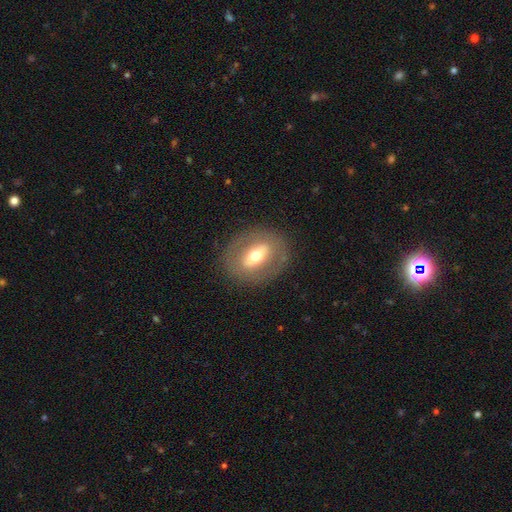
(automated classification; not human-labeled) A featured or disk galaxy (52%). Merging: none (83%).